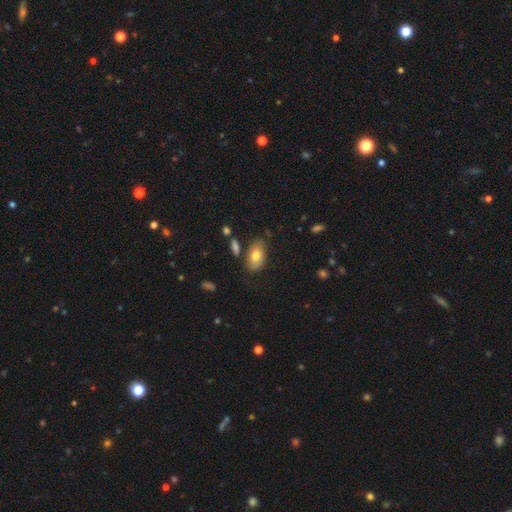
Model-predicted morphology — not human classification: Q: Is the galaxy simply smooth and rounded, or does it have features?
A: smooth — 76%.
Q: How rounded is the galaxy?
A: in between — 92%.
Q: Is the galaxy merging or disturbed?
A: none — 74%.